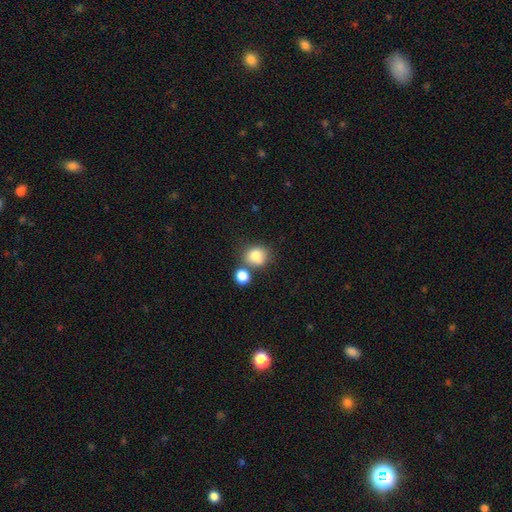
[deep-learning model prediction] This appears to be a smooth galaxy with no disk features (81%) that is round (71%). Merging: none (56%).